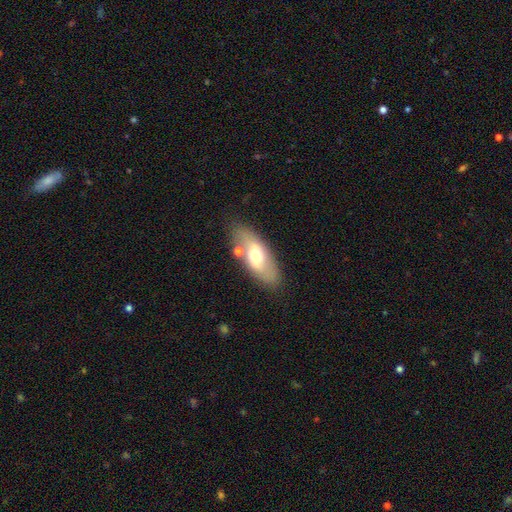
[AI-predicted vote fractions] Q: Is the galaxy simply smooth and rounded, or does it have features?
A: smooth — 53%.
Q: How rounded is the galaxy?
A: in between — 82%.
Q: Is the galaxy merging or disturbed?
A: none — 74%.